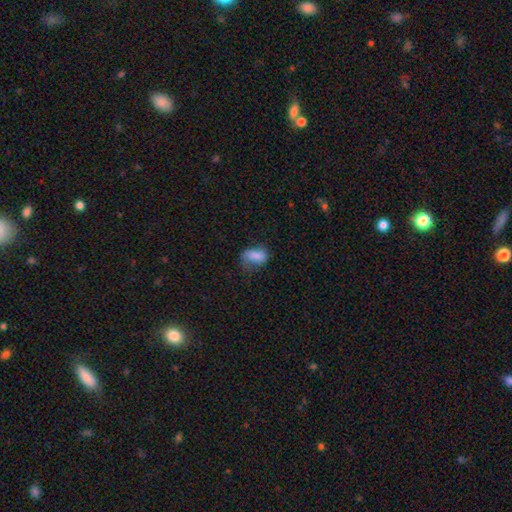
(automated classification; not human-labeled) A smooth galaxy with no disk features (78%) that is in between round and cigar-shaped (86%).

Vote fractions:
- Smooth or featured? smooth: 78% / featured or disk: 13% / star or artifact: 10%
- How rounded? in between: 86% / round: 9% / cigar-shaped: 4%
- Merging? none: 45% / minor disturbance: 33% / major disturbance: 20% / merger: 2%